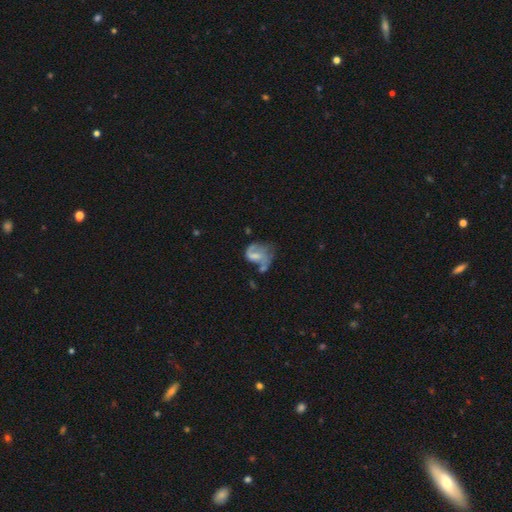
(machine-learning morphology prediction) Smooth or featured?
  - featured or disk: 58% *
  - smooth: 33%
  - star or artifact: 9%
Edge-on disk?
  - no: 98% *
  - yes: 2%
Bar?
  - no: 52% *
  - weak: 38%
  - strong: 10%
Spiral arms?
  - yes: 68% *
  - no: 32%
Bulge size?
  - none: 31% * (tied)
  - small: 31% * (tied)
  - moderate: 29%
  - large: 7%
  - dominant: 2%
Merging?
  - major disturbance: 34% *
  - none: 26%
  - minor disturbance: 21%
  - merger: 18%